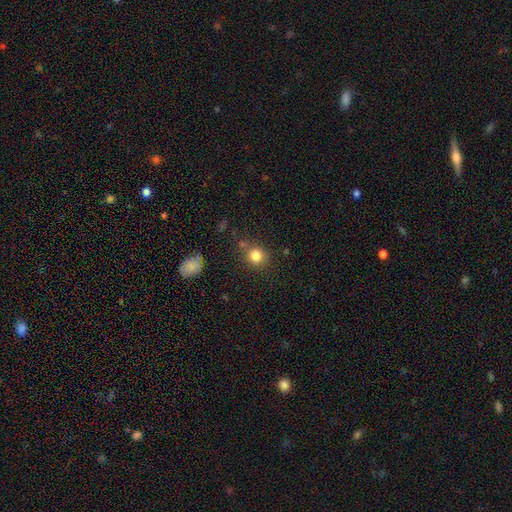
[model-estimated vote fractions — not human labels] Overall: smooth (82%). How rounded: round (81%). Merging: none (75%).